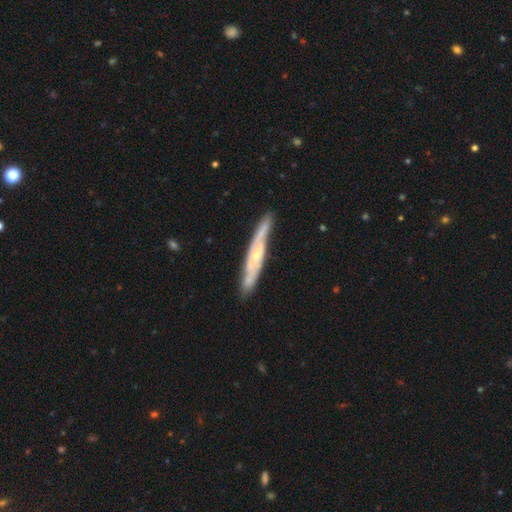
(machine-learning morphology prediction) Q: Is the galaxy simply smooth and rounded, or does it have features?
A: featured or disk — 74%.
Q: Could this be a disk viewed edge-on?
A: yes — 69%.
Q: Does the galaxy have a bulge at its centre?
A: rounded — 50%.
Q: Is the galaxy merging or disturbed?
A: none — 78%.